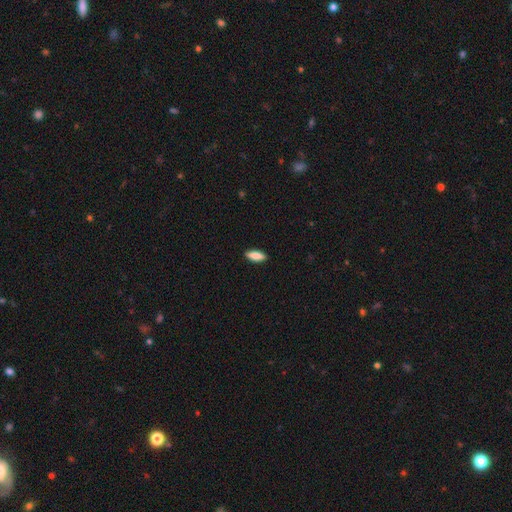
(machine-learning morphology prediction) The model was most divided on "how rounded": in between: 70%, cigar-shaped: 27%, round: 2%. More confident: merging — none (90%); smooth or featured — smooth (85%).